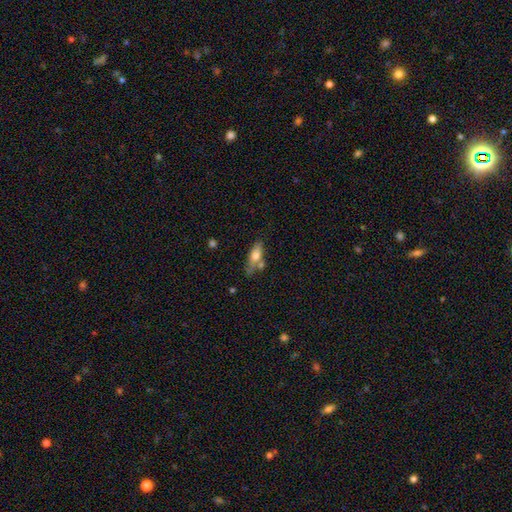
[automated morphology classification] This is likely a smooth galaxy (68%). How rounded: likely in between (66%). Merging: possibly none (53%).